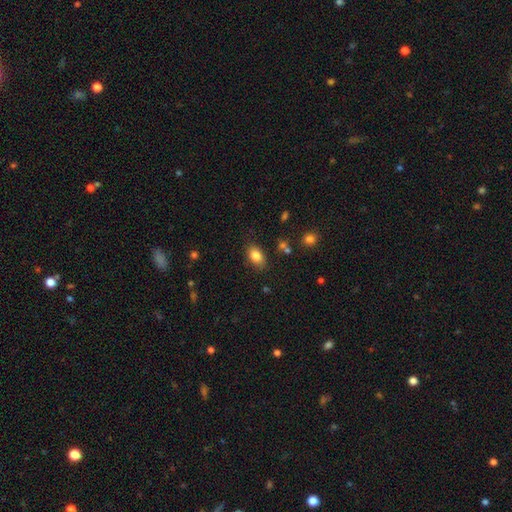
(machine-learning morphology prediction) smooth_or_featured: smooth (p=0.83) [alt: star or artifact p=0.09]
how_rounded: in between (p=0.87) [alt: round p=0.11]
merging: none (p=0.81) [alt: minor disturbance p=0.13]